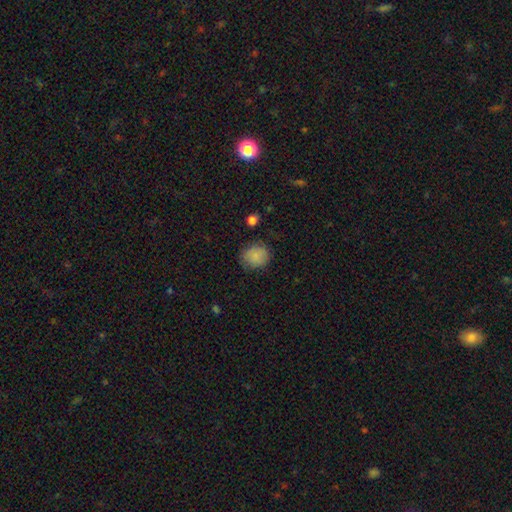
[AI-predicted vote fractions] A smooth galaxy with no disk features (84%) that is round (75%).

Vote fractions:
- Smooth or featured? smooth: 84% / star or artifact: 9% / featured or disk: 7%
- How rounded? round: 75% / in between: 24% / cigar-shaped: 1%
- Merging? none: 78% / minor disturbance: 17% / major disturbance: 4% / merger: 2%